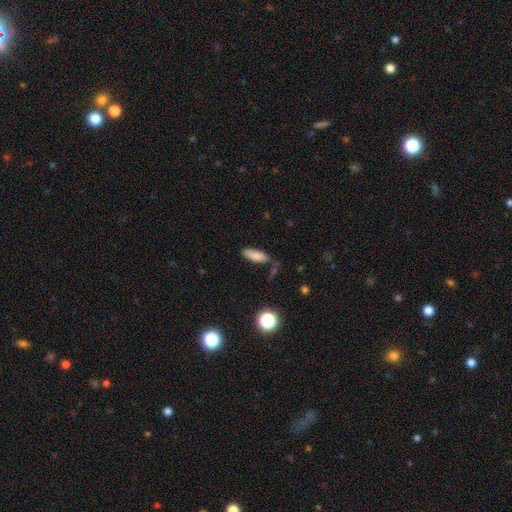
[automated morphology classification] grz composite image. It shows a smooth galaxy with no disk features (83%) that is in between round and cigar-shaped (60%). Merging: none (72%).